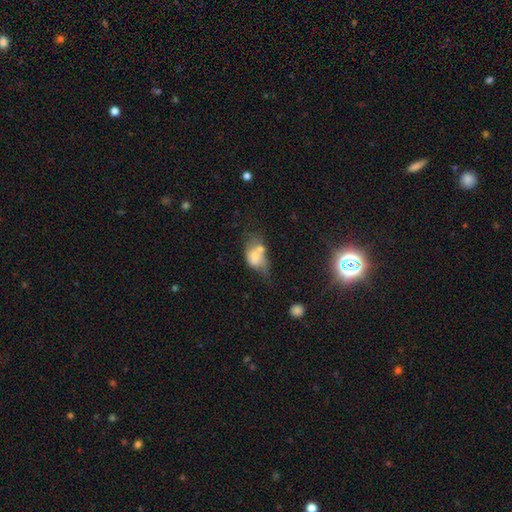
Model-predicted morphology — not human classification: This appears to be a smooth galaxy with no disk features (59%) that is in between round and cigar-shaped (76%). Merging: merger (41%).